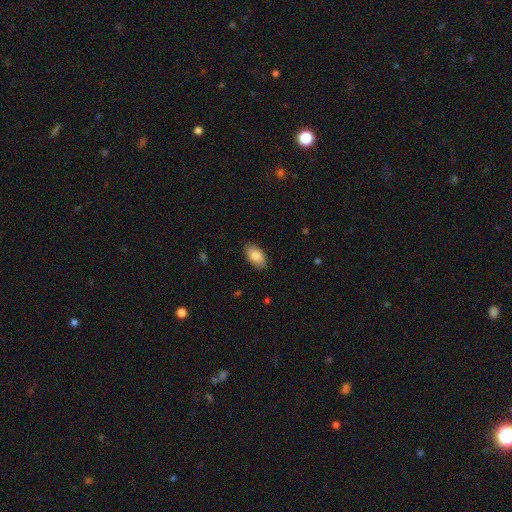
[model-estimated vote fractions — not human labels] Morphology: type=smooth (87%); roundness=in between (94%); merging=none (87%).